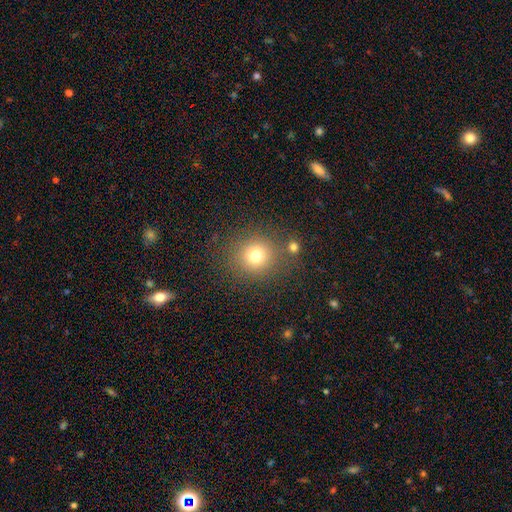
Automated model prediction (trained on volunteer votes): Overall: smooth (75%). How rounded: round (88%). Merging: none (80%).